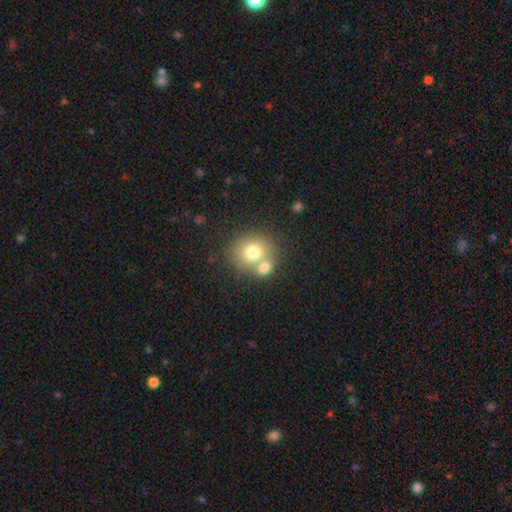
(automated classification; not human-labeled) Smooth or featured: smooth — 72% (featured or disk — 14%)
How rounded: round — 83% (in between — 17%)
Merging: none — 52% (merger — 37%)